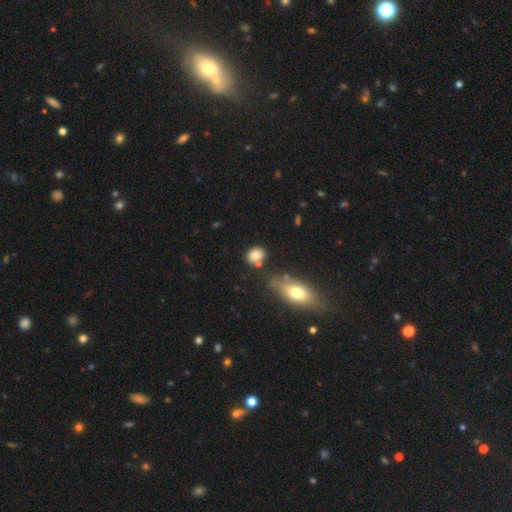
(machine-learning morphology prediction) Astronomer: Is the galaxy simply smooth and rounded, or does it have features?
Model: smooth — 82%.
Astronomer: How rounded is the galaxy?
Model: round — 56% (runner-up: in between, 42%).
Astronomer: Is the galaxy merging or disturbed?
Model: none — 68%.